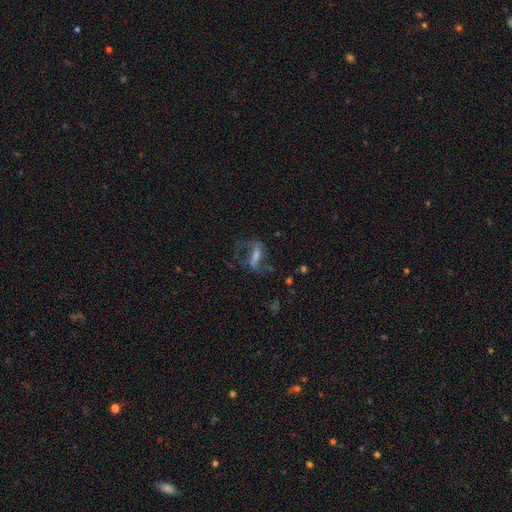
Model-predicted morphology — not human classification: Q: Smooth or featured?
A: featured or disk (67%); runner-up: smooth (19%)
Q: Edge-on disk?
A: no (87%); runner-up: yes (13%)
Q: Bar?
A: strong (47%); runner-up: weak (33%)
Q: Spiral arms?
A: yes (79%); runner-up: no (21%)
Q: Bulge size?
A: small (36%); runner-up: none (28%)
Q: Merging?
A: none (52%); runner-up: major disturbance (28%)